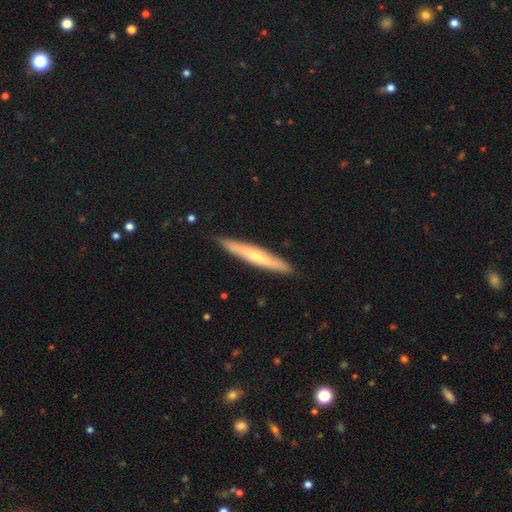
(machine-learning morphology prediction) Smooth or featured: featured or disk — 52% (smooth — 42%)
Edge-on disk: yes — 92% (no — 8%)
Merging: none — 88% (minor disturbance — 9%)